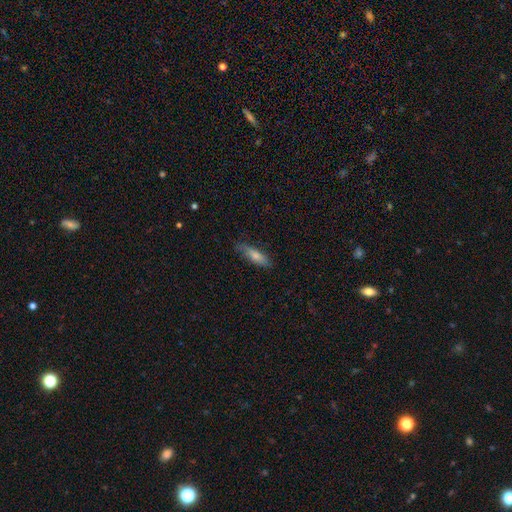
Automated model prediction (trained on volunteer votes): Q: Smooth or featured?
A: smooth (73%); runner-up: featured or disk (20%)
Q: How rounded?
A: cigar-shaped (61%); runner-up: in between (37%)
Q: Merging?
A: none (75%); runner-up: minor disturbance (20%)